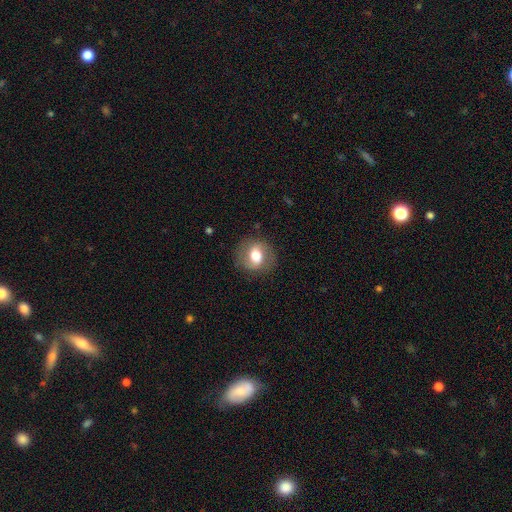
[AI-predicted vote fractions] Q: Smooth or featured?
A: smooth (52%); runner-up: featured or disk (39%)
Q: How rounded?
A: round (68%); runner-up: in between (31%)
Q: Merging?
A: none (81%); runner-up: minor disturbance (13%)